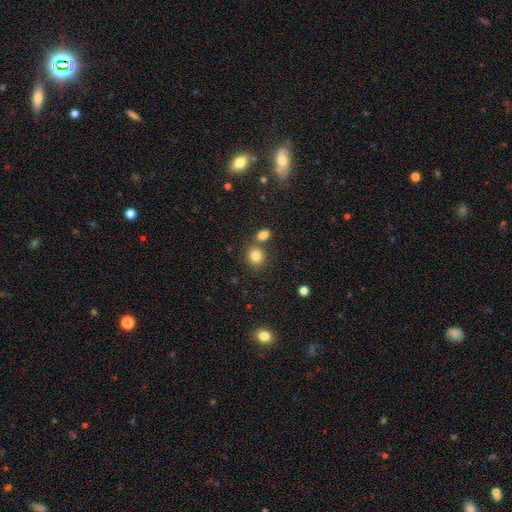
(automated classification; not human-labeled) This is clearly a smooth galaxy (82%). How rounded: likely round (79%). Merging: likely none (64%).